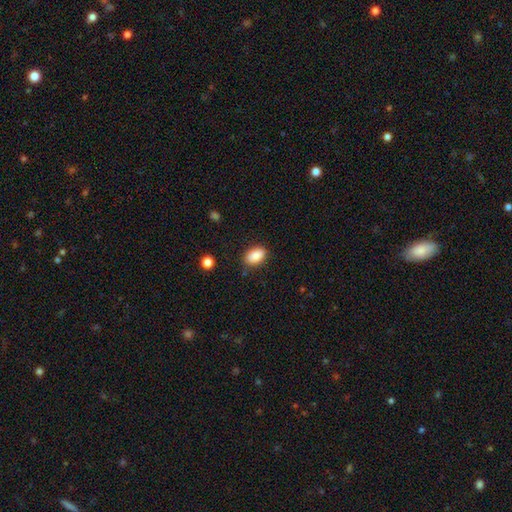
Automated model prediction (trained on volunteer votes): This appears to be a smooth galaxy with no disk features (88%) that is in between round and cigar-shaped (89%). Merging: none (83%).